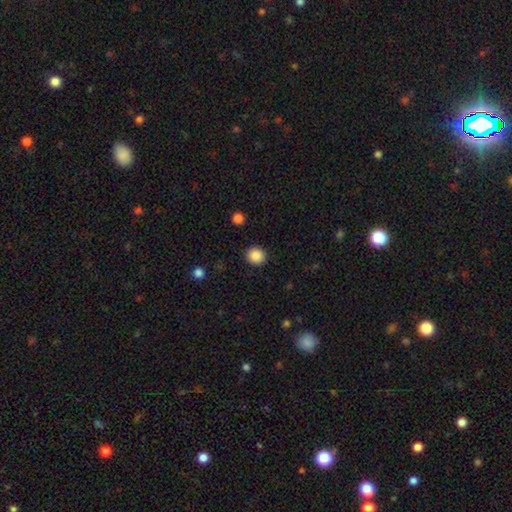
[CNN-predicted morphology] The model was most divided on "how rounded": round: 88%, in between: 11%, cigar-shaped: 1%. More confident: merging — none (91%); smooth or featured — smooth (87%).